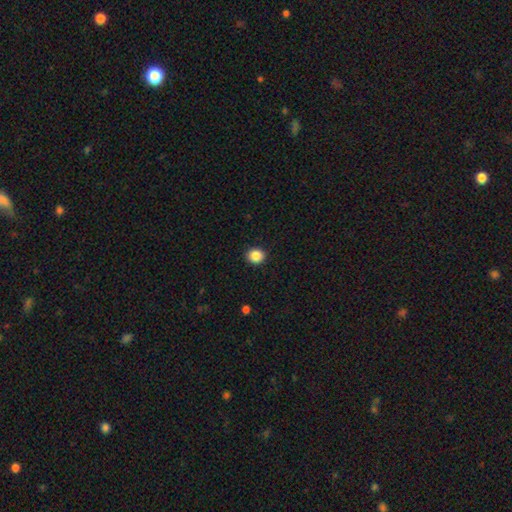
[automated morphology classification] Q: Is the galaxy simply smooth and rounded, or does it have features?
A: smooth — 87%.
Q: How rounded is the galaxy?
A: round — 83%.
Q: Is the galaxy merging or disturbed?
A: none — 92%.